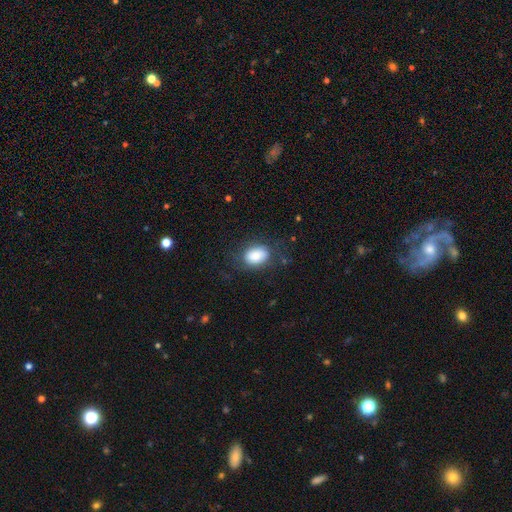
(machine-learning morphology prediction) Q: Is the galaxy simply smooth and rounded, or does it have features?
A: smooth — 84%.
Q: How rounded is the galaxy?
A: in between — 78%.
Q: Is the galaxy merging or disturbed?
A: none — 69%.